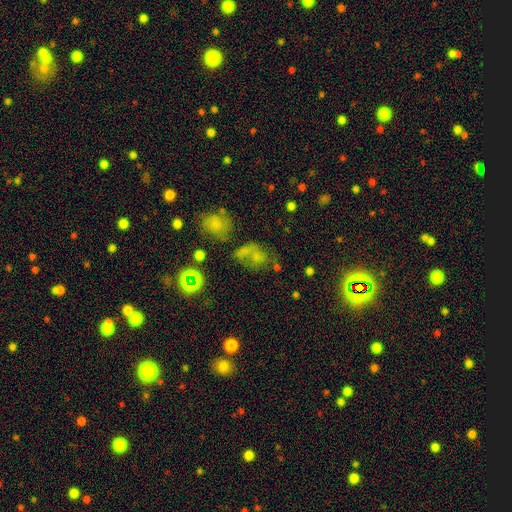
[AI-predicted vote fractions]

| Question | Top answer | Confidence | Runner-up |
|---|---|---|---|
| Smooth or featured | smooth | 53% | star or artifact (29%) |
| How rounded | in between | 56% | round (42%) |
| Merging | none | 38% | merger (28%) |